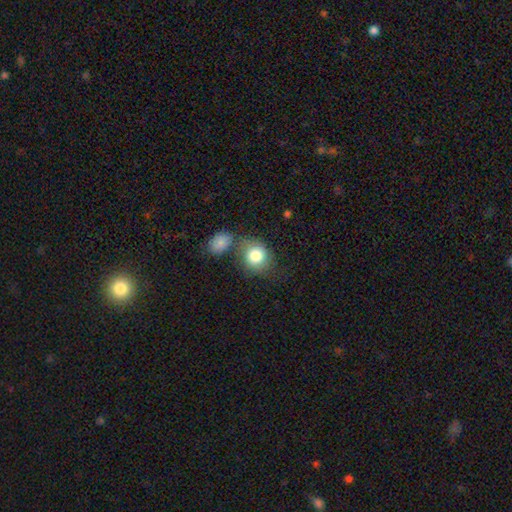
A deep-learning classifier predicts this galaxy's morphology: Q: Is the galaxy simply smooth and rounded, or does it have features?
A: smooth — 82%.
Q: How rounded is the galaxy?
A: round — 70%.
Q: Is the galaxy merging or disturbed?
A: none — 49%.